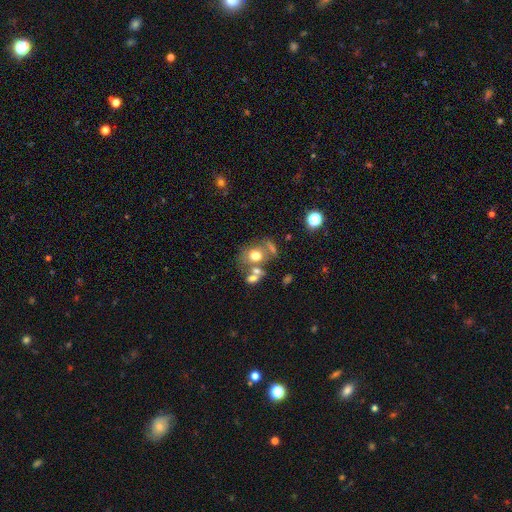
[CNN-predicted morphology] smooth 63%, featured or disk 24%, star or artifact 13%. Down the decision tree: how rounded — round (54%); merging — none (40%).